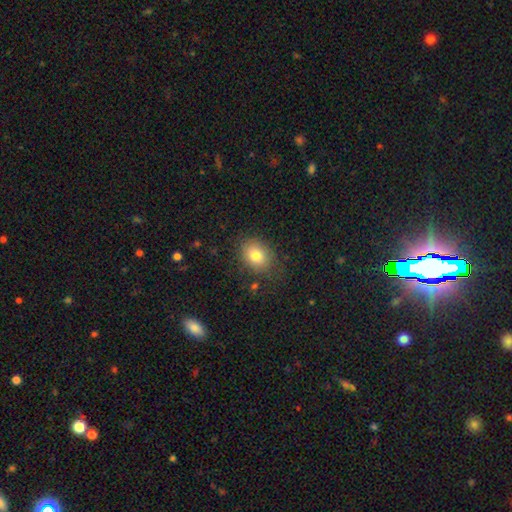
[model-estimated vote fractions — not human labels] Overall: smooth (80%). How rounded: in between (56%; round 43%). Merging: none (81%).